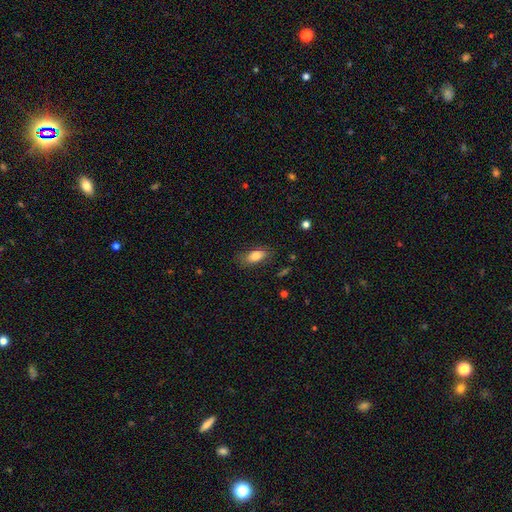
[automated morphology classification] Q: Smooth or featured?
A: smooth (81%); runner-up: featured or disk (11%)
Q: How rounded?
A: in between (84%); runner-up: cigar-shaped (11%)
Q: Merging?
A: none (79%); runner-up: minor disturbance (16%)